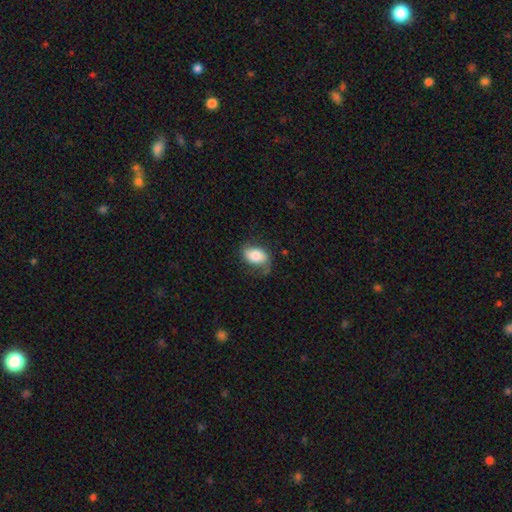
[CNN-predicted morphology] This appears to be a smooth galaxy with no disk features (69%) that is in between round and cigar-shaped (86%). Merging: none (55%).